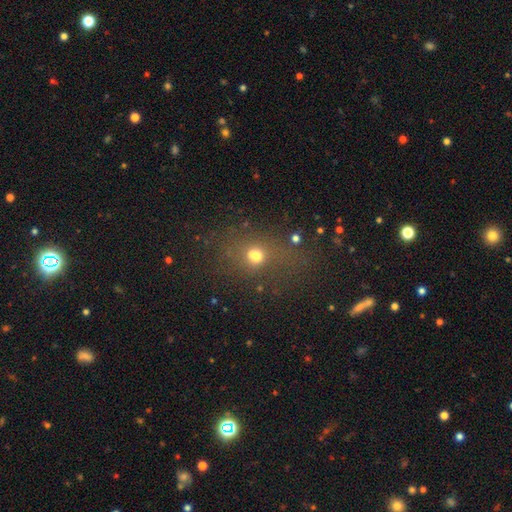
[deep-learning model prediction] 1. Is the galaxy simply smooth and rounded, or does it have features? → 62% smooth, 24% star or artifact, 14% featured or disk.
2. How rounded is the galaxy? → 51% round, 46% in between, 3% cigar-shaped.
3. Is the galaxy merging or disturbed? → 55% none, 16% minor disturbance, 15% major disturbance, 13% merger.